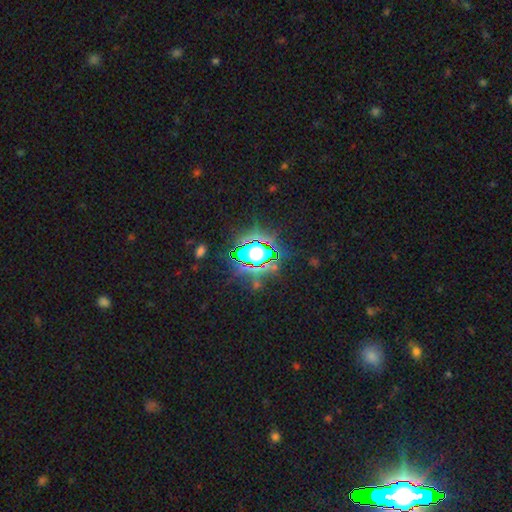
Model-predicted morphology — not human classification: star or artifact 84%, smooth 9%, featured or disk 7%.